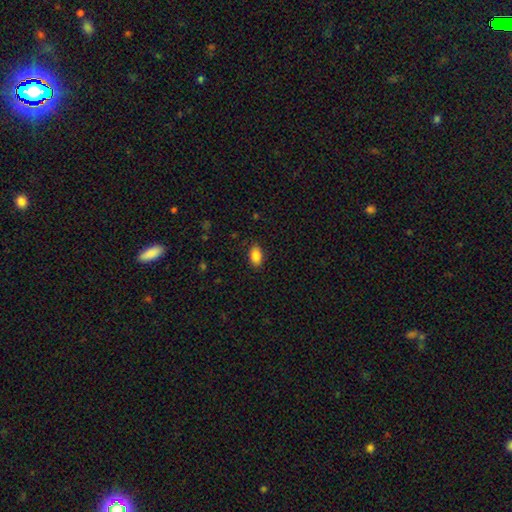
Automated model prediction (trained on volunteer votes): This is clearly a smooth galaxy (88%). How rounded: clearly in between (91%). Merging: clearly none (87%).